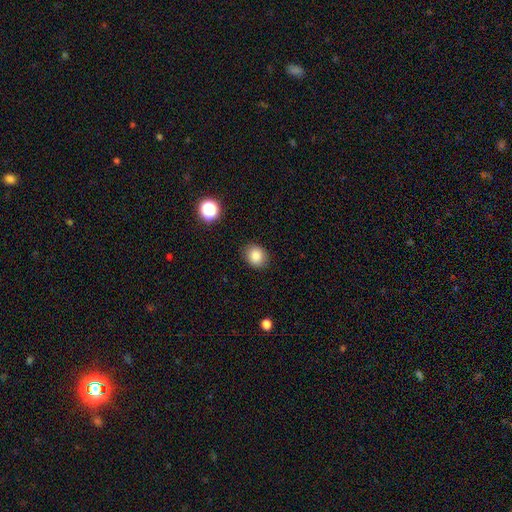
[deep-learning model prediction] smooth-or-featured: smooth: 84% | star or artifact: 11% | featured or disk: 5%
  how-rounded: round: 64% | in between: 35% | cigar-shaped: 1%
  merging: none: 87% | minor disturbance: 9% | major disturbance: 2% | merger: 1%